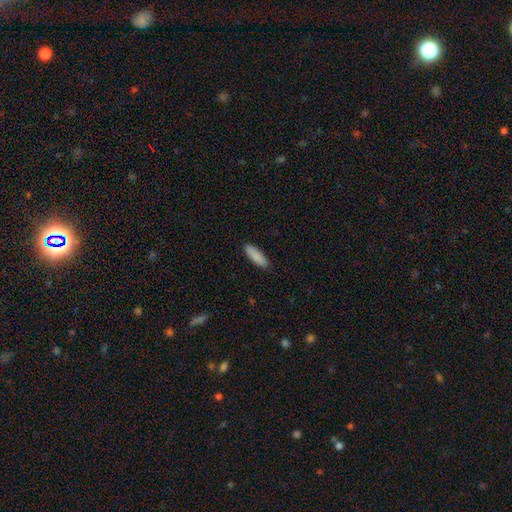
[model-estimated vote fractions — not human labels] smooth_or_featured: smooth (p=0.89) [alt: star or artifact p=0.06]
how_rounded: cigar-shaped (p=0.54) [alt: in between p=0.45]
merging: none (p=0.89) [alt: minor disturbance p=0.08]